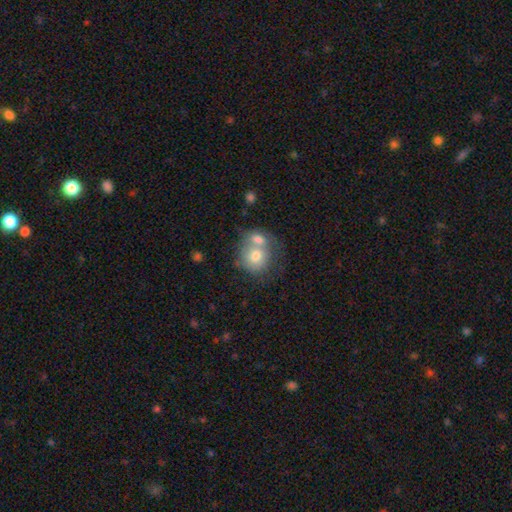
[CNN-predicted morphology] The model was most divided on "merging": merger: 62%, none: 25%, minor disturbance: 9%, major disturbance: 5%. More confident: how rounded — round (76%); smooth or featured — smooth (70%).